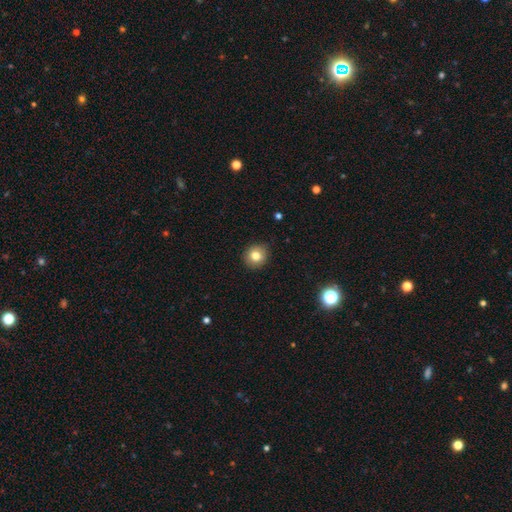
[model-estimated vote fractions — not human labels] A smooth galaxy with no disk features (80%) that is round (88%). Merging: none (89%).